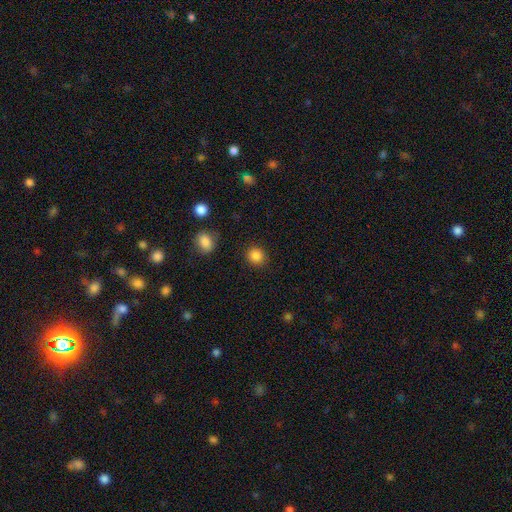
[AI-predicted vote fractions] Smooth or featured?
  - smooth: 86% *
  - star or artifact: 10%
  - featured or disk: 3%
How rounded?
  - round: 80% *
  - in between: 19%
  - cigar-shaped: 1%
Merging?
  - none: 88% *
  - minor disturbance: 8%
  - major disturbance: 3%
  - merger: 2%